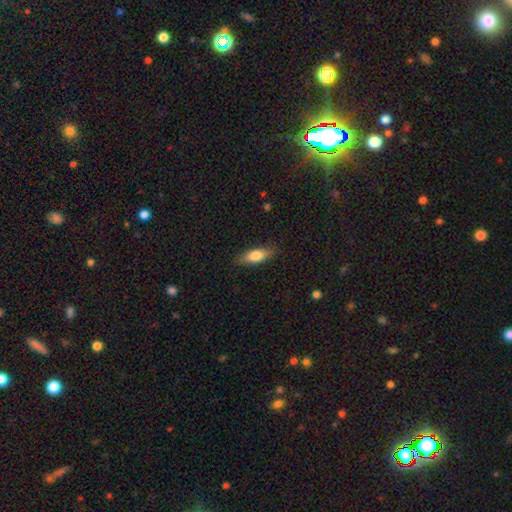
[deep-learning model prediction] A smooth galaxy with no disk features (75%) that is in between round and cigar-shaped (65%).

Vote fractions:
- Smooth or featured? smooth: 75% / featured or disk: 19% / star or artifact: 6%
- How rounded? in between: 65% / cigar-shaped: 32% / round: 3%
- Merging? none: 85% / minor disturbance: 11% / major disturbance: 3% / merger: 1%